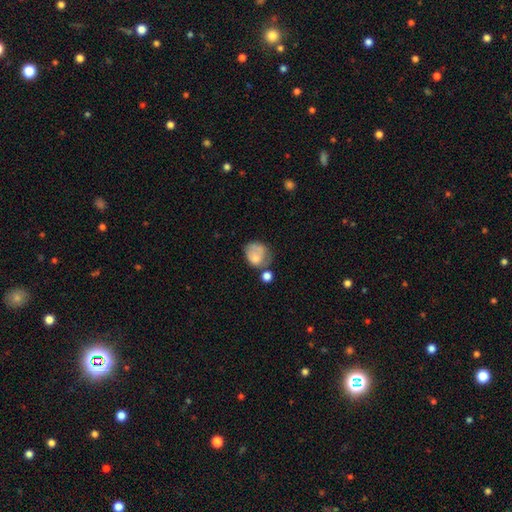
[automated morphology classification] Smooth or featured: smooth — 68% (featured or disk — 23%)
How rounded: round — 60% (in between — 39%)
Merging: none — 33% (minor disturbance — 28%)